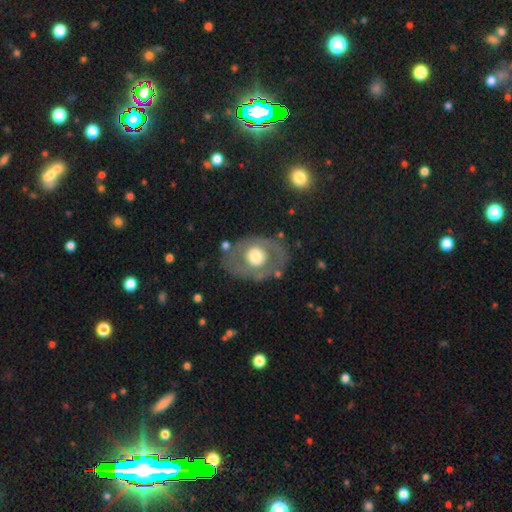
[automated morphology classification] smooth-or-featured: featured or disk: 53% | smooth: 41% | star or artifact: 6%
  disk-edge-on: no: 93% | yes: 7%
  merging: none: 72% | minor disturbance: 16% | major disturbance: 9% | merger: 3%